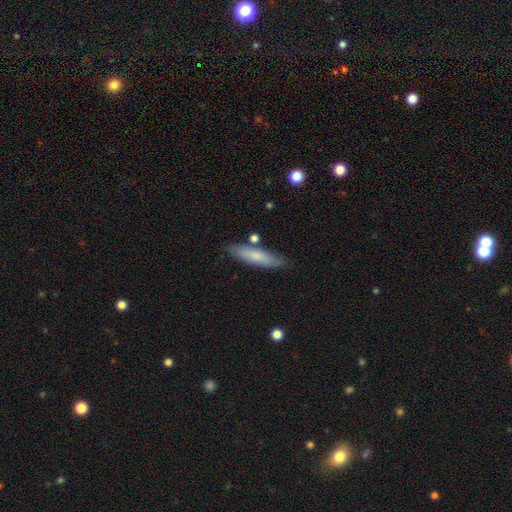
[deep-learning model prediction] smooth_or_featured: smooth (p=0.72) [alt: featured or disk p=0.23]
how_rounded: cigar-shaped (p=0.79) [alt: in between p=0.19]
merging: none (p=0.81) [alt: minor disturbance p=0.12]